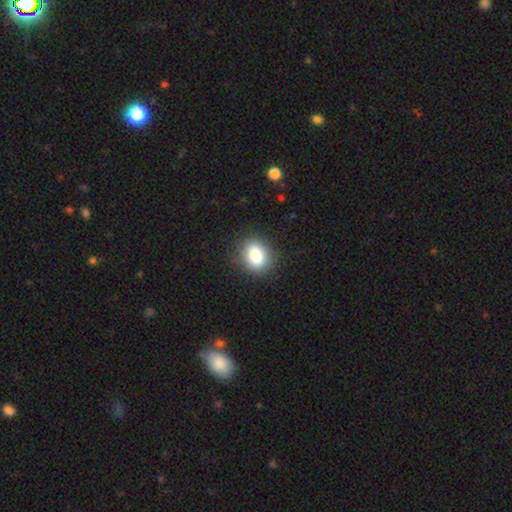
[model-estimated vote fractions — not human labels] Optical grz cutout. It shows a smooth galaxy with no disk features (85%) that is in between round and cigar-shaped (54%). Merging: none (87%).